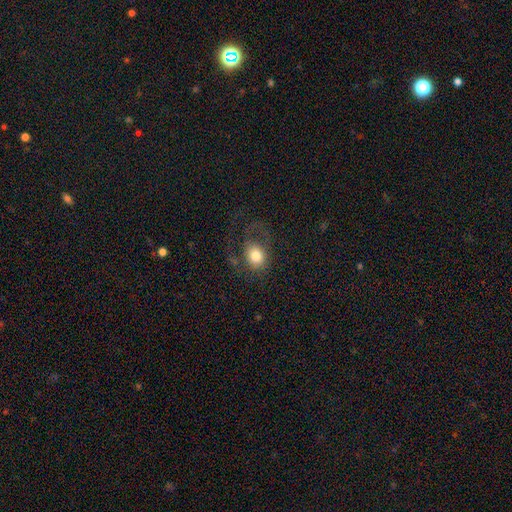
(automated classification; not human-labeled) A smooth galaxy with no disk features (74%) that is round (51%).

Vote fractions:
- Smooth or featured? smooth: 74% / featured or disk: 16% / star or artifact: 10%
- How rounded? round: 51% / in between: 48% / cigar-shaped: 1%
- Merging? none: 50% / major disturbance: 29% / minor disturbance: 19% / merger: 2%